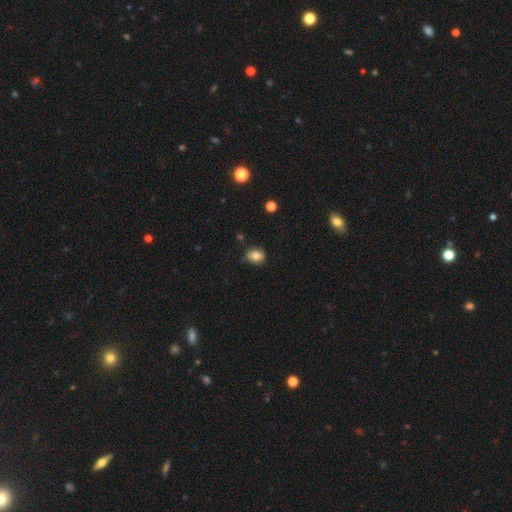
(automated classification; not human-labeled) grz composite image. It shows a smooth galaxy with no disk features (78%) that is round (53%). Merging: none (63%).